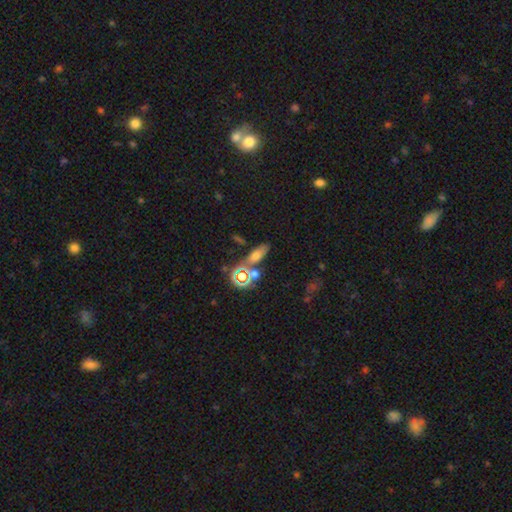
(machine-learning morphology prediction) The model was most divided on "smooth or featured": smooth: 56%, star or artifact: 27%, featured or disk: 17%. More confident: merging — none (64%); how rounded — in between (62%).